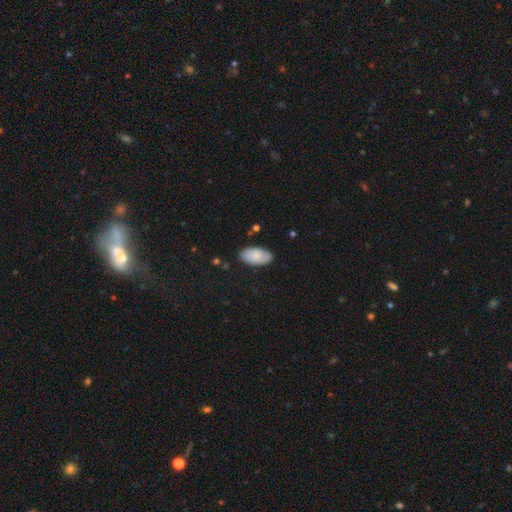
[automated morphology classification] The model was most divided on "merging": none: 84%, minor disturbance: 12%, major disturbance: 2%, merger: 2%. More confident: how rounded — in between (95%); smooth or featured — smooth (85%).